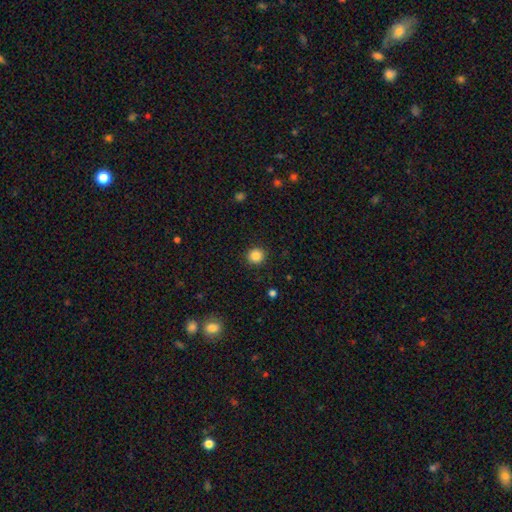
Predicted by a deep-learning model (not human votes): Smooth or featured: smooth — 86% (star or artifact — 10%)
How rounded: round — 93% (in between — 6%)
Merging: none — 91% (minor disturbance — 6%)